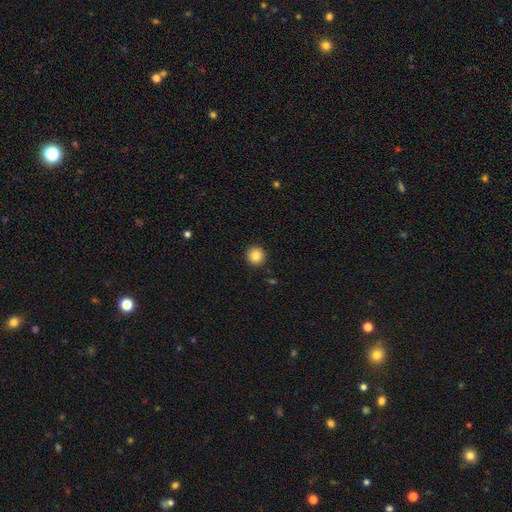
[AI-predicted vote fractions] A smooth galaxy with no disk features (85%) that is round (95%). Merging: none (92%).